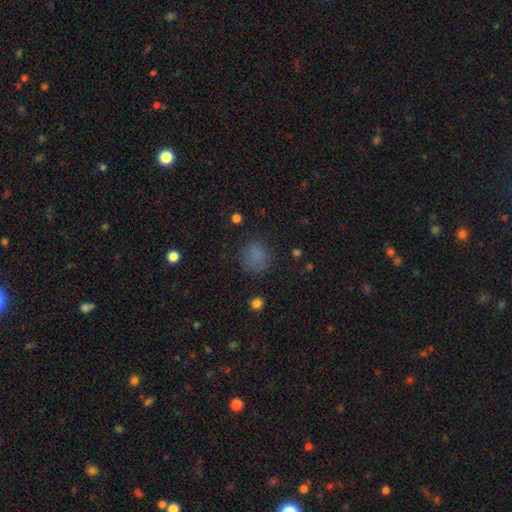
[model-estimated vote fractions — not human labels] A smooth galaxy with no disk features (78%) that is round (81%).

Vote fractions:
- Smooth or featured? smooth: 78% / star or artifact: 17% / featured or disk: 6%
- How rounded? round: 81% / in between: 18% / cigar-shaped: 1%
- Merging? none: 78% / minor disturbance: 15% / major disturbance: 6% / merger: 2%